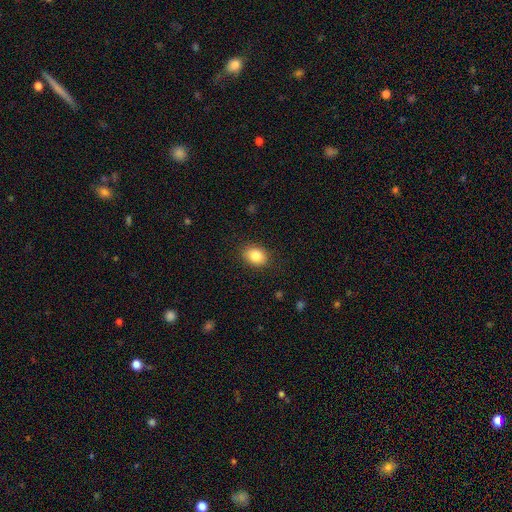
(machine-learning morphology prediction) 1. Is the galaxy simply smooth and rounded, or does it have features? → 85% smooth, 8% star or artifact, 7% featured or disk.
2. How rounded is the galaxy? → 67% in between, 32% round, 1% cigar-shaped.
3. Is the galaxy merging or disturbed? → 86% none, 10% minor disturbance, 3% major disturbance, 1% merger.